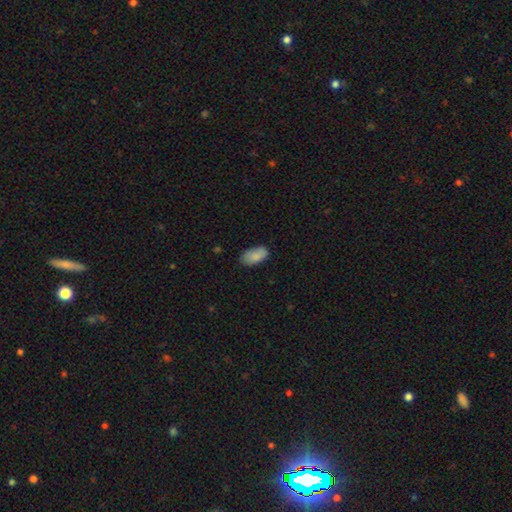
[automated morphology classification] A smooth galaxy with no disk features (86%) that is in between round and cigar-shaped (93%).

Vote fractions:
- Smooth or featured? smooth: 86% / featured or disk: 7% / star or artifact: 7%
- How rounded? in between: 93% / cigar-shaped: 4% / round: 3%
- Merging? none: 76% / minor disturbance: 19% / major disturbance: 4% / merger: 1%